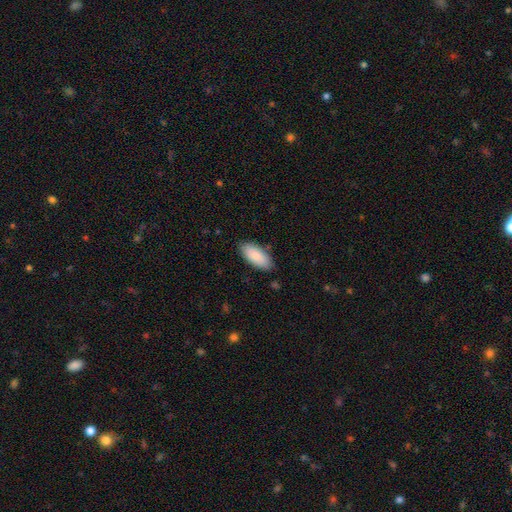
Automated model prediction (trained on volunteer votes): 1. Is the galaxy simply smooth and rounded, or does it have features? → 88% smooth, 6% featured or disk, 6% star or artifact.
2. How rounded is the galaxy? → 89% in between, 10% cigar-shaped, 2% round.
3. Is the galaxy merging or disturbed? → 84% none, 12% minor disturbance, 2% major disturbance, 2% merger.